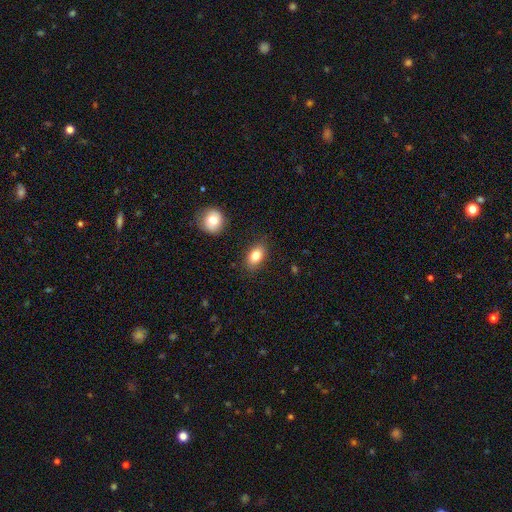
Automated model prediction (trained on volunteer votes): The model was most divided on "smooth or featured": smooth: 82%, featured or disk: 10%, star or artifact: 8%. More confident: how rounded — in between (87%); merging — none (84%).